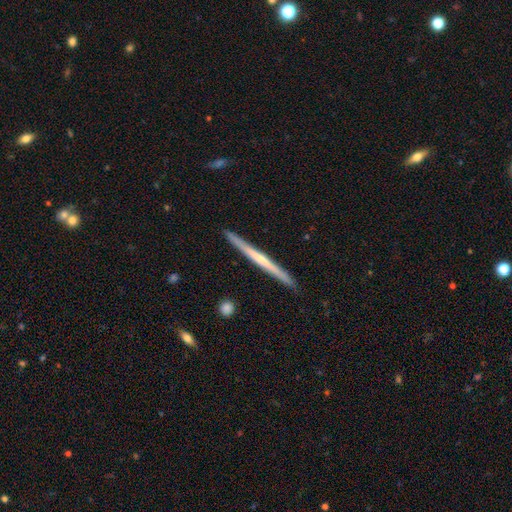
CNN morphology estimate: Smooth or featured: featured or disk — 64% (smooth — 31%)
Edge-on disk: yes — 98% (no — 2%)
Edge-on bulge: none — 58% (rounded — 36%)
Merging: none — 91% (minor disturbance — 6%)